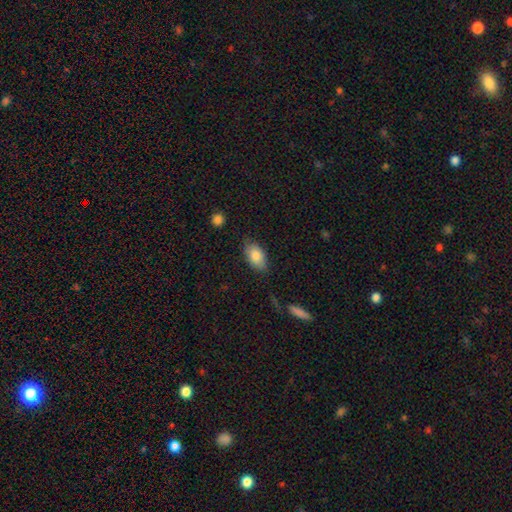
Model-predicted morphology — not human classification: A smooth galaxy with no disk features (82%) that is in between round and cigar-shaped (91%).

Vote fractions:
- Smooth or featured? smooth: 82% / featured or disk: 11% / star or artifact: 7%
- How rounded? in between: 91% / round: 6% / cigar-shaped: 2%
- Merging? none: 76% / minor disturbance: 18% / major disturbance: 4% / merger: 2%